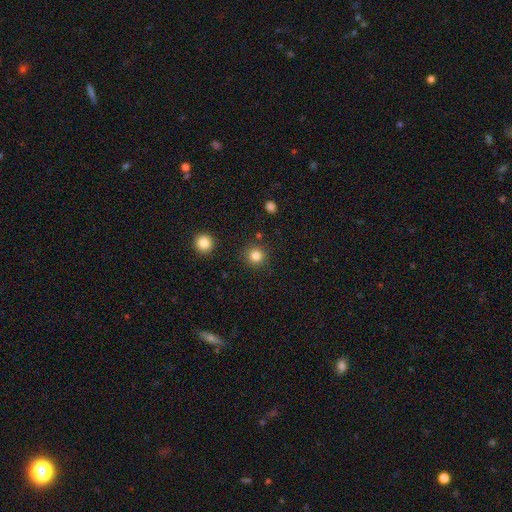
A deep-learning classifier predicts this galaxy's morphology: Overall: smooth (83%). How rounded: round (94%). Merging: none (89%).